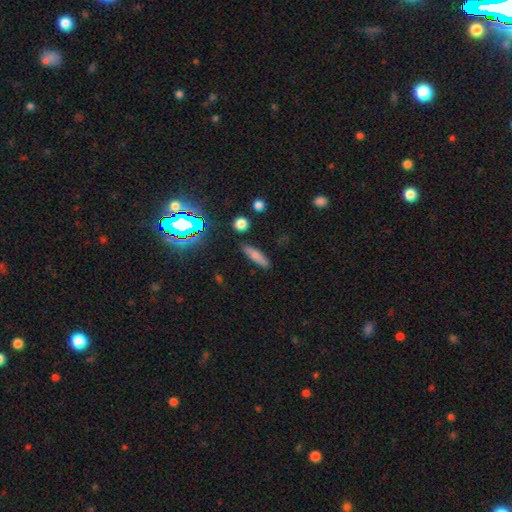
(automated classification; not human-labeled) The model was most divided on "how rounded": cigar-shaped: 74%, in between: 23%, round: 4%. More confident: merging — none (83%); smooth or featured — smooth (73%).